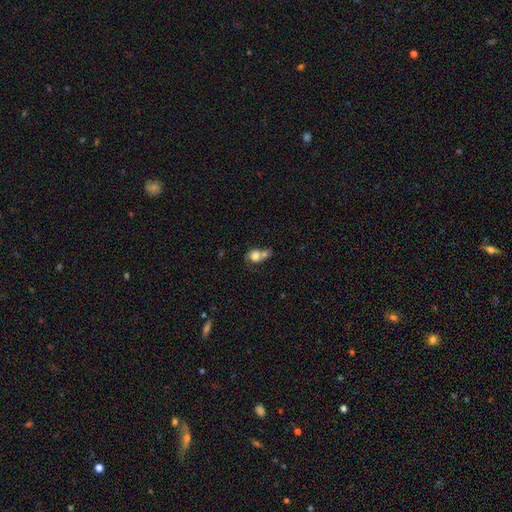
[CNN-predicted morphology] This appears to be a smooth galaxy with no disk features (62%) that is round (55%). Merging: merger (54%).